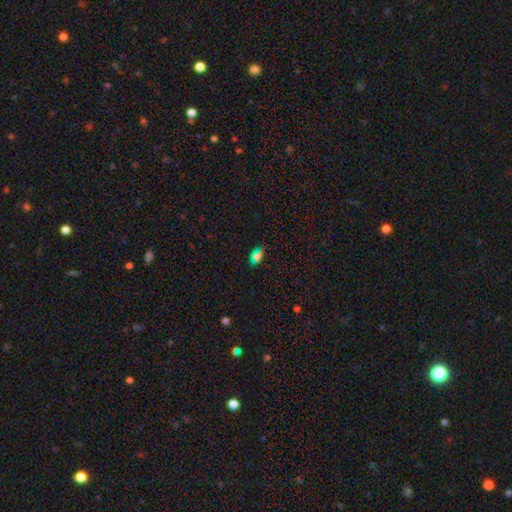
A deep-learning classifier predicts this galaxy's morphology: A smooth galaxy with no disk features (60%) that is in between round and cigar-shaped (84%). Merging: none (83%).